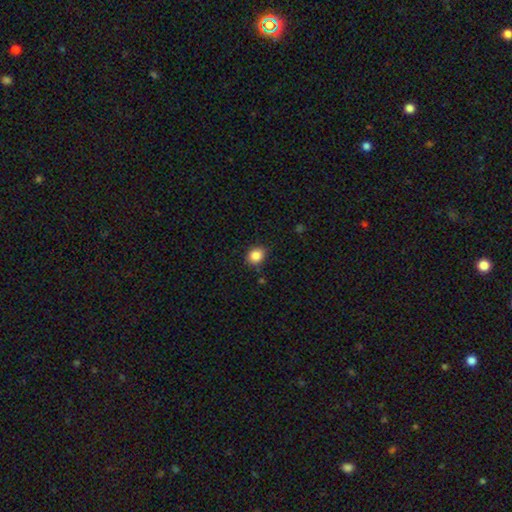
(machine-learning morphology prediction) smooth 86%, star or artifact 10%, featured or disk 4%. Down the decision tree: how rounded — round (61%); merging — none (85%).